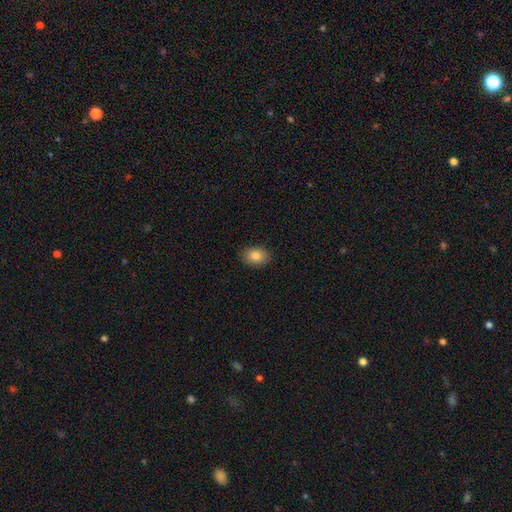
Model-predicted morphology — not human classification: The model was most divided on "how rounded": in between: 76%, round: 23%, cigar-shaped: 1%. More confident: merging — none (88%); smooth or featured — smooth (84%).